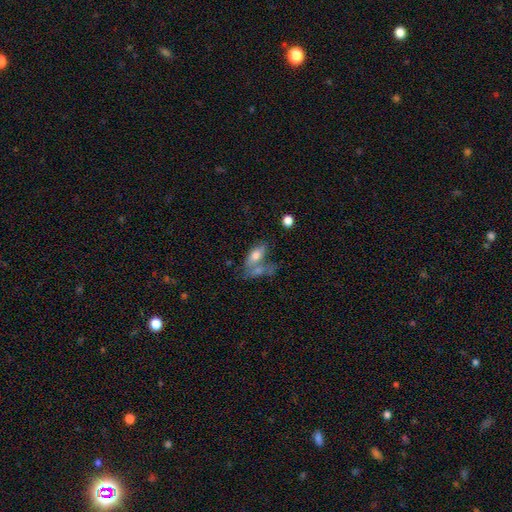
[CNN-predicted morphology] smooth-or-featured: smooth: 68% | featured or disk: 24% | star or artifact: 8%
  how-rounded: in between: 83% | cigar-shaped: 12% | round: 5%
  merging: merger: 44% | none: 30% | minor disturbance: 15% | major disturbance: 11%